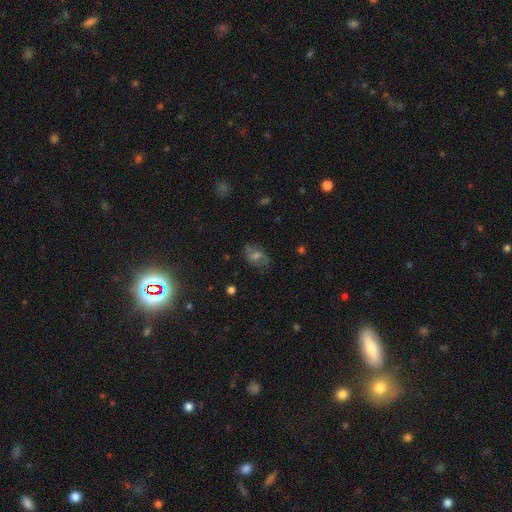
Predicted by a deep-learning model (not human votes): Smooth or featured? Predicted: featured or disk (p=0.44). Merging? Predicted: none (p=0.75).